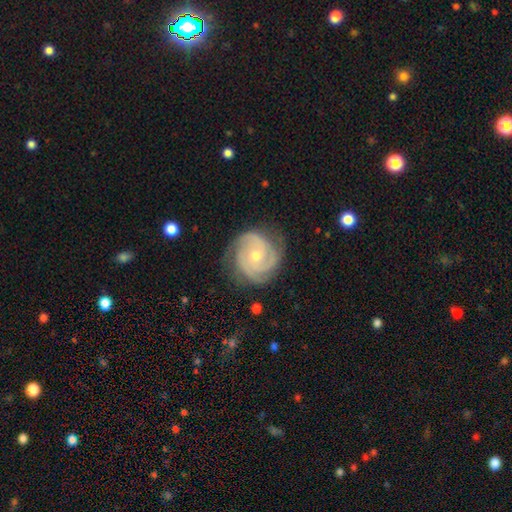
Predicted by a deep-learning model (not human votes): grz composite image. It shows a featured or disk galaxy (88%) with no bar (73%), 3 (46%) tight (64%) spiral arms (97%) and a small central bulge (55%). Merging: none (77%).